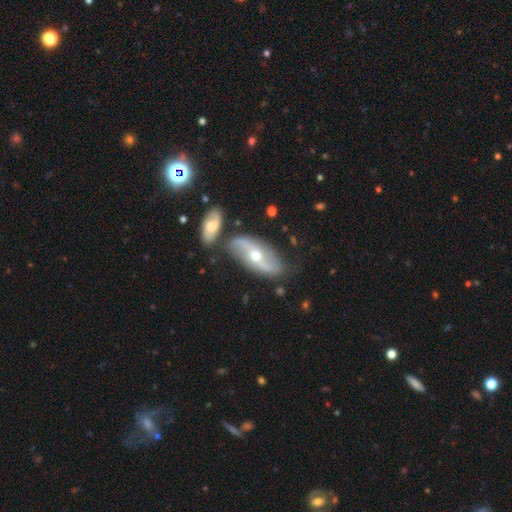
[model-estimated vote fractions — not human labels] smooth_or_featured: featured or disk (p=0.75) [alt: smooth p=0.19]
disk_edge_on: no (p=0.88) [alt: yes p=0.12]
bar: no (p=0.47) [alt: weak p=0.30]
has_spiral_arms: yes (p=0.85) [alt: no p=0.15]
spiral_winding: loose (p=0.71) [alt: medium p=0.20]
spiral_arm_count: 2 (p=0.90) [alt: can't tell p=0.05]
bulge_size: moderate (p=0.63) [alt: small p=0.33]
merging: none (p=0.69) [alt: minor disturbance p=0.15]